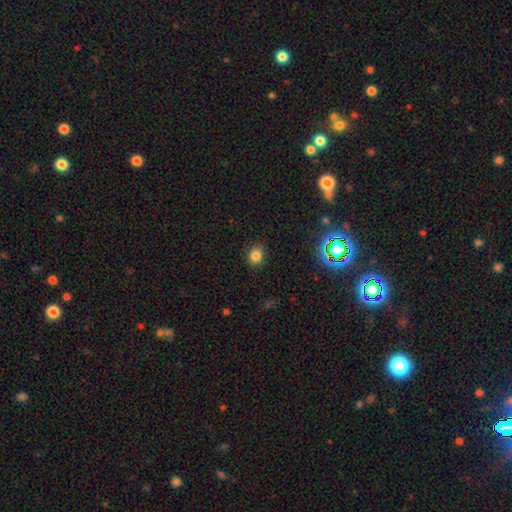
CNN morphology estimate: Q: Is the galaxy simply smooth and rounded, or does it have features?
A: smooth — 81%.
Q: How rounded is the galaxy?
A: round — 63%.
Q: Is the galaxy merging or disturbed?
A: none — 87%.